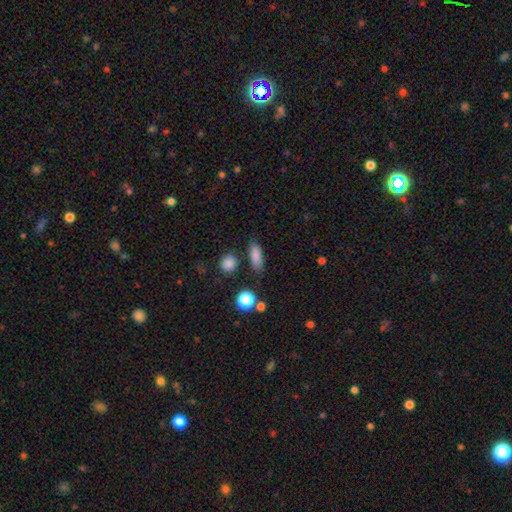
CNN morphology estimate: The model was most divided on "how rounded": in between: 59%, cigar-shaped: 32%, round: 8%. More confident: smooth or featured — smooth (83%); merging — none (81%).